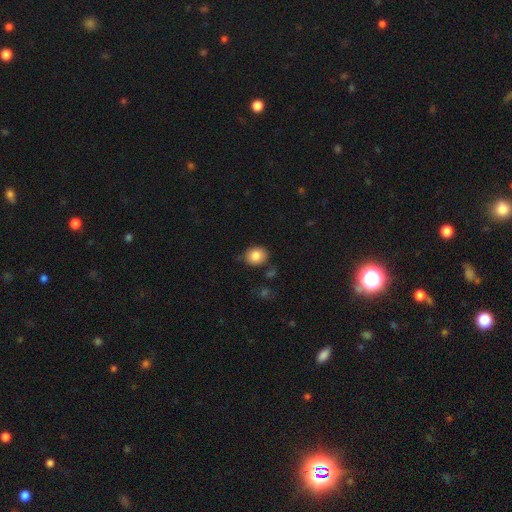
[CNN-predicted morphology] type=smooth (84%); roundness=round (64%); merging=none (76%).